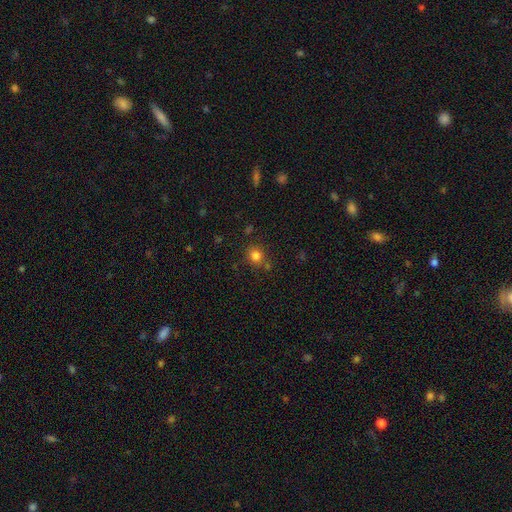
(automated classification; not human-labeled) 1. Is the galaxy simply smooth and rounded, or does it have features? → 81% smooth, 13% star or artifact, 5% featured or disk.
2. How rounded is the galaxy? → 80% round, 19% in between, 1% cigar-shaped.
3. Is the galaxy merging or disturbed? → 78% none, 11% minor disturbance, 7% merger, 4% major disturbance.